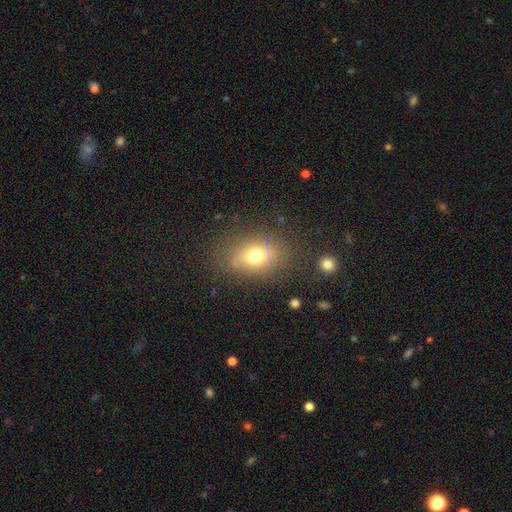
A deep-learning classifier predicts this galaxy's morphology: smooth-or-featured: smooth: 70% | featured or disk: 16% | star or artifact: 14%
  how-rounded: in between: 68% | round: 31% | cigar-shaped: 2%
  merging: none: 73% | minor disturbance: 17% | major disturbance: 8% | merger: 3%